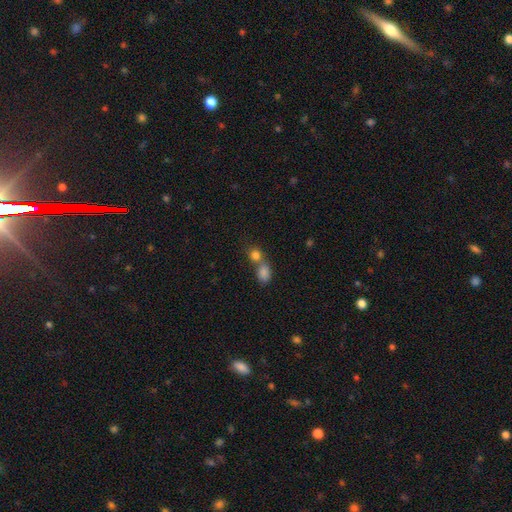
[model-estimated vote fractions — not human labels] Smooth or featured?
  - smooth: 81% *
  - star or artifact: 12%
  - featured or disk: 8%
How rounded?
  - round: 65% *
  - in between: 33%
  - cigar-shaped: 2%
Merging?
  - merger: 55% *
  - none: 35%
  - minor disturbance: 6%
  - major disturbance: 3%